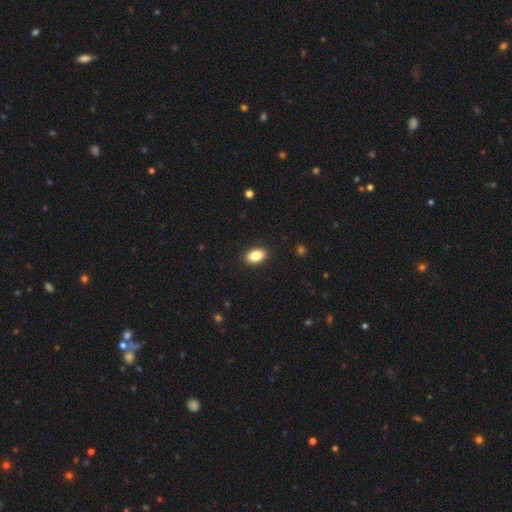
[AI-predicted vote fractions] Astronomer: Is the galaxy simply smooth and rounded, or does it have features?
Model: smooth — 86%.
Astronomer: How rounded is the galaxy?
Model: in between — 90%.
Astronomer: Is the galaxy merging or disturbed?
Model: none — 90%.